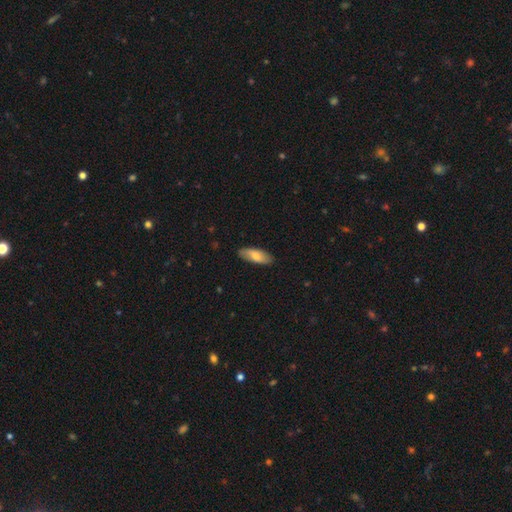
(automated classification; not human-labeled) Smooth or featured? Predicted: smooth (p=0.71). How rounded? Predicted: in between (p=0.75). Merging? Predicted: none (p=0.86).